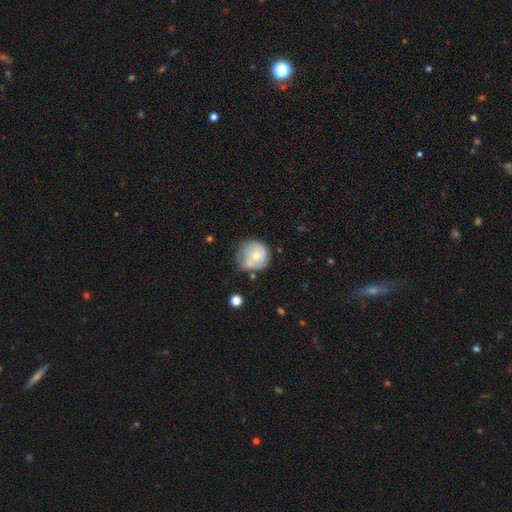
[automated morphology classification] smooth-or-featured: smooth: 63% | featured or disk: 30% | star or artifact: 7%
  how-rounded: round: 87% | in between: 12% | cigar-shaped: 1%
  merging: none: 47% | minor disturbance: 33% | major disturbance: 11% | merger: 9%